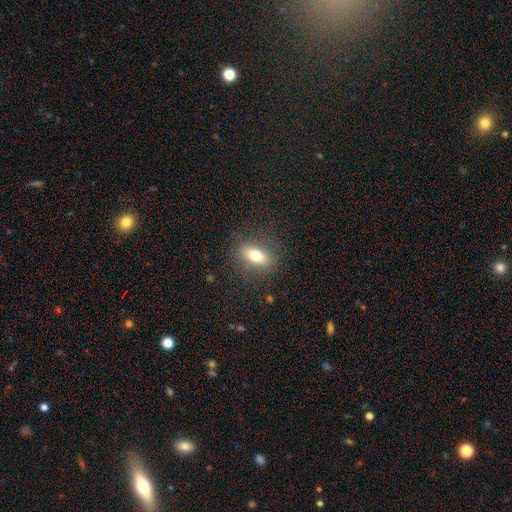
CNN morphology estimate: Smooth or featured? smooth (74%)
How rounded? in between (81%)
Merging? none (84%)